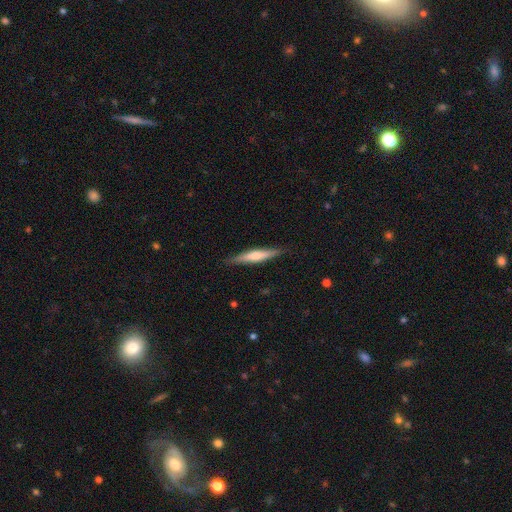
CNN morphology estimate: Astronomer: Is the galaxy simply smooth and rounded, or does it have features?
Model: smooth — 50% (runner-up: featured or disk, 44%).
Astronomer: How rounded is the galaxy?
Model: cigar-shaped — 90%.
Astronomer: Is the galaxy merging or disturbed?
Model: none — 88%.